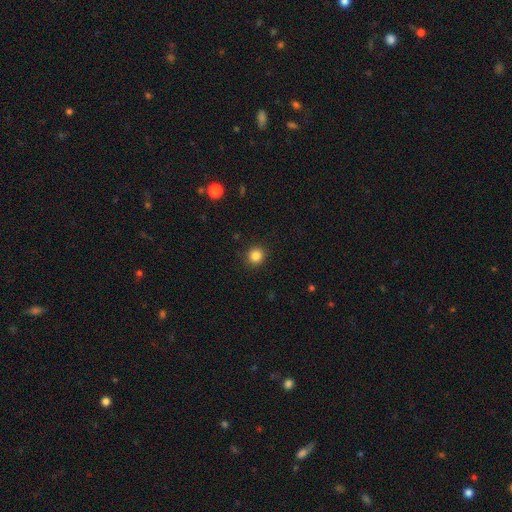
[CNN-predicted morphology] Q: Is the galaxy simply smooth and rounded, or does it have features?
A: smooth — 85%.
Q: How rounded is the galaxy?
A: round — 91%.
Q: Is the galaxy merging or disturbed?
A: none — 91%.